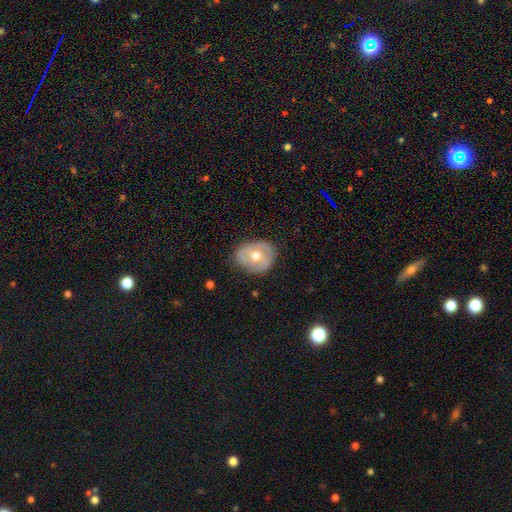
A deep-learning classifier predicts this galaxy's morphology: Q: Smooth or featured?
A: featured or disk (51%); runner-up: smooth (43%)
Q: Edge-on disk?
A: no (94%); runner-up: yes (6%)
Q: Merging?
A: none (75%); runner-up: minor disturbance (19%)